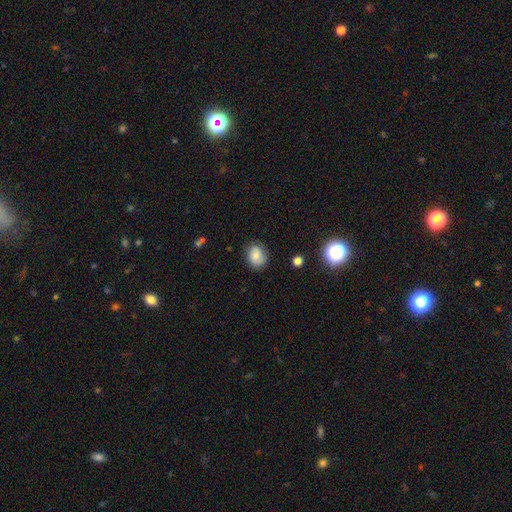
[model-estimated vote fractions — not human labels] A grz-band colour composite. It shows a smooth galaxy with no disk features (68%) that is round (60%). Merging: none (77%).